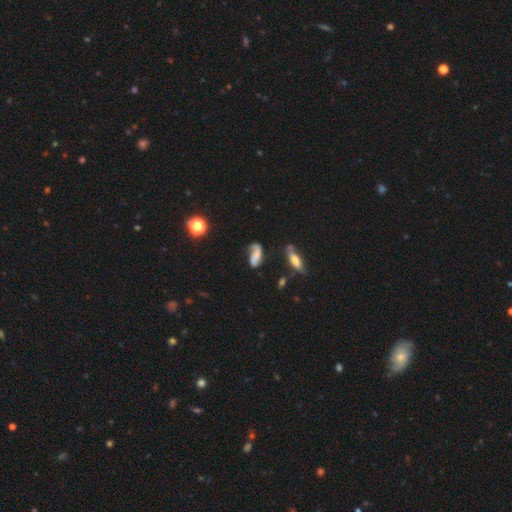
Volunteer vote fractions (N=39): This is possibly a featured or disk galaxy (51%). It is clearly not viewed edge-on (100%). Bar: likely no (60%). Spiral arm pattern: clearly yes (95%). Spiral arm count: likely 2 (68%). Spiral winding: possibly loose (58%). Central bulge: likely none (75%). Merging: possibly none (47%).